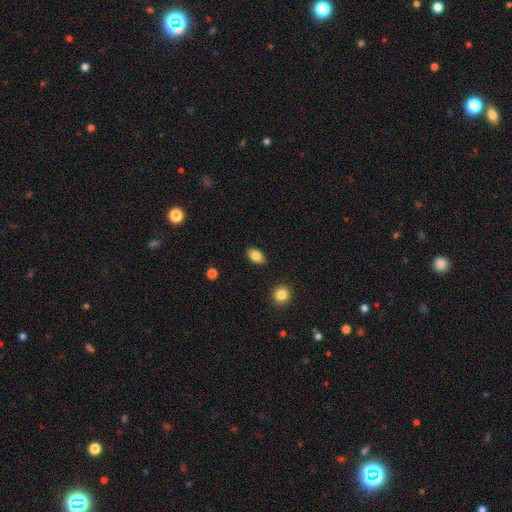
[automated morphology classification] A smooth galaxy with no disk features (83%) that is in between round and cigar-shaped (89%).

Vote fractions:
- Smooth or featured? smooth: 83% / featured or disk: 9% / star or artifact: 8%
- How rounded? in between: 89% / round: 9% / cigar-shaped: 2%
- Merging? none: 88% / minor disturbance: 8% / major disturbance: 2% / merger: 2%